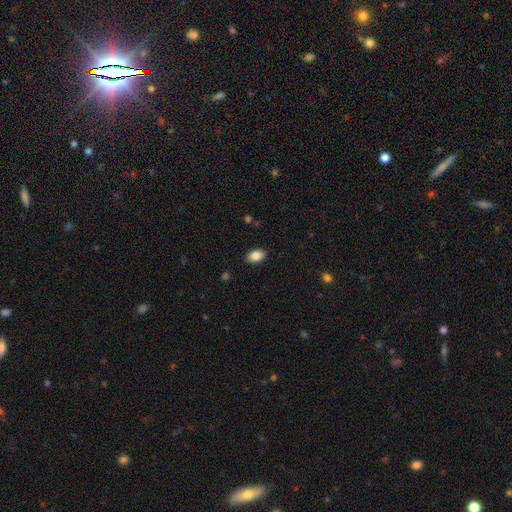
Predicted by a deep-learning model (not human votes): This appears to be a smooth galaxy with no disk features (86%) that is in between round and cigar-shaped (91%). Merging: none (88%).